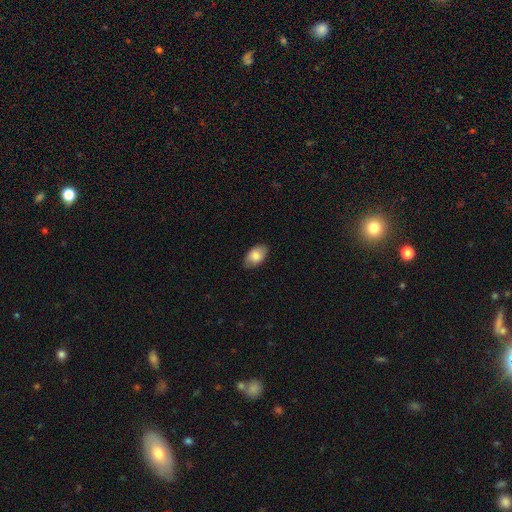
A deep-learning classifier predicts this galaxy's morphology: smooth_or_featured: smooth (p=0.83) [alt: featured or disk p=0.11]
how_rounded: in between (p=0.92) [alt: round p=0.07]
merging: none (p=0.84) [alt: minor disturbance p=0.13]